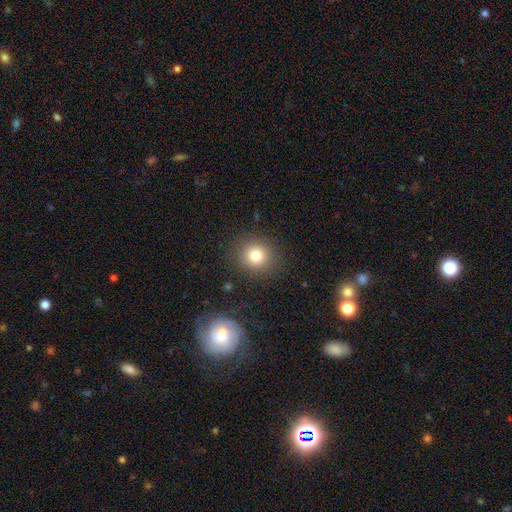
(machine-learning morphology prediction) Overall: smooth (79%). How rounded: round (87%). Merging: none (87%).